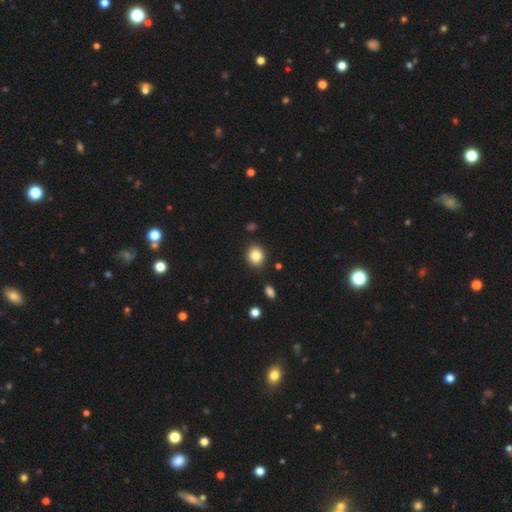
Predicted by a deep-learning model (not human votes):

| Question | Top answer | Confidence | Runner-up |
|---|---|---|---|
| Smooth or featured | smooth | 84% | star or artifact (10%) |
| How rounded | round | 75% | in between (24%) |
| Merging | none | 87% | minor disturbance (9%) |